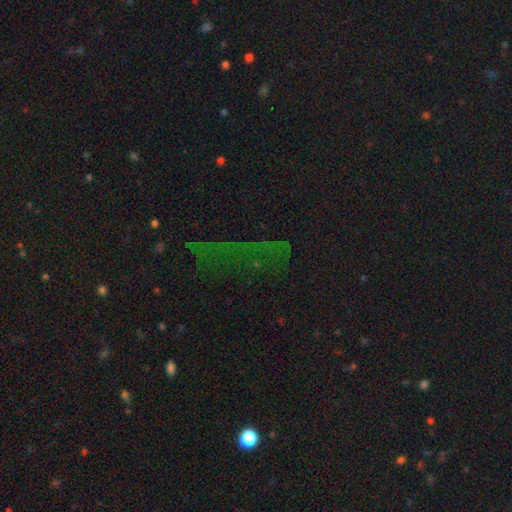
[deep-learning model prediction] star or artifact 71%, smooth 17%, featured or disk 12%.